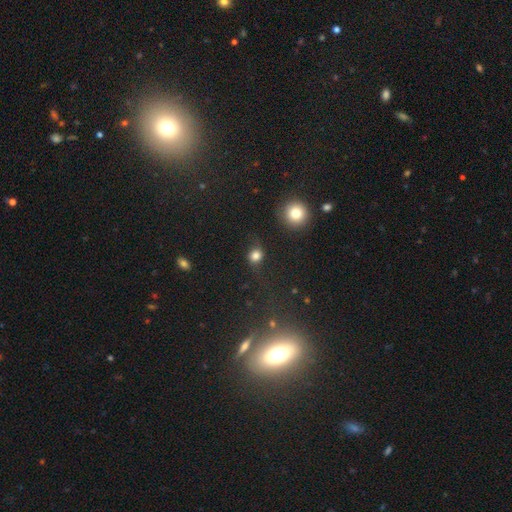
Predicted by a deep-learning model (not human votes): A smooth galaxy with no disk features (74%) that is round (77%). Merging: none (65%).